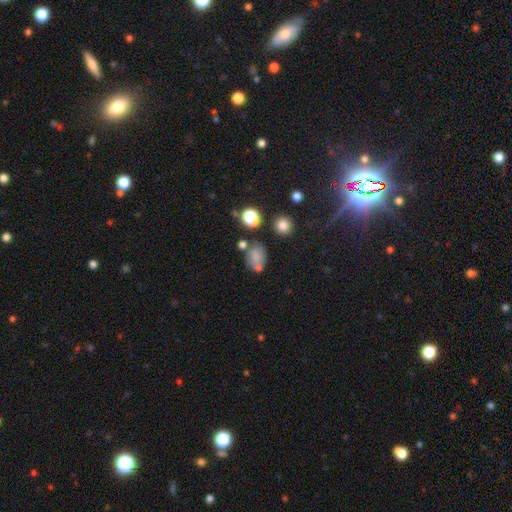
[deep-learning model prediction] Smooth or featured?
  - smooth: 69% *
  - star or artifact: 15%
  - featured or disk: 15%
How rounded?
  - in between: 67% *
  - round: 31%
  - cigar-shaped: 2%
Merging?
  - none: 52% *
  - minor disturbance: 20%
  - merger: 18%
  - major disturbance: 9%